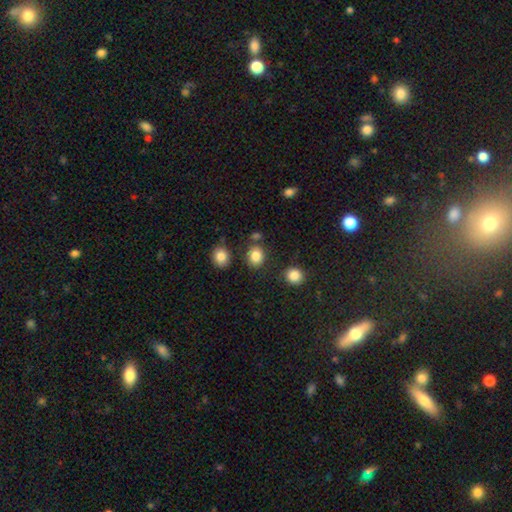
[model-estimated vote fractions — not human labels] The model was most divided on "how rounded": round: 63%, in between: 36%, cigar-shaped: 1%. More confident: smooth or featured — smooth (83%); merging — none (79%).